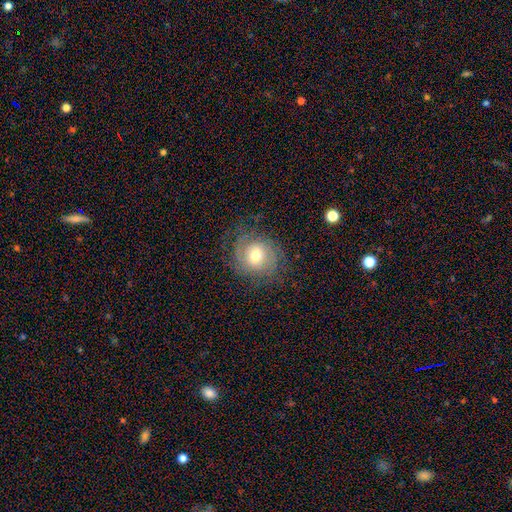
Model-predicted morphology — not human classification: Smooth or featured: featured or disk — 54% (smooth — 36%)
Edge-on disk: no — 96% (yes — 4%)
Bar: no — 55% (weak — 36%)
Spiral arms: yes — 78% (no — 22%)
Bulge size: moderate — 69% (small — 19%)
Merging: none — 71% (minor disturbance — 17%)